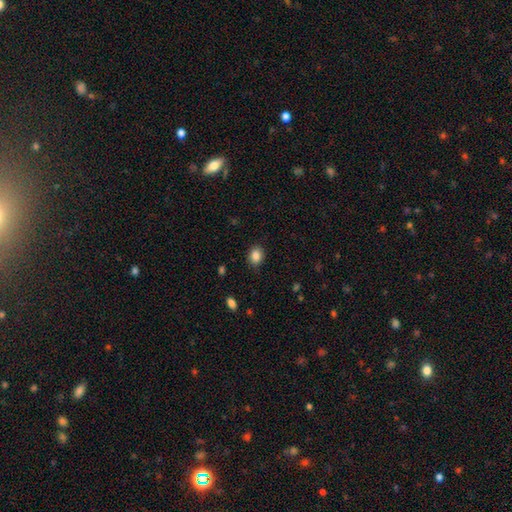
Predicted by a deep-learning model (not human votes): Smooth or featured?
  - smooth: 86% *
  - star or artifact: 9%
  - featured or disk: 5%
How rounded?
  - in between: 50% *
  - round: 49%
  - cigar-shaped: 1%
Merging?
  - none: 86% *
  - minor disturbance: 10%
  - major disturbance: 3%
  - merger: 1%